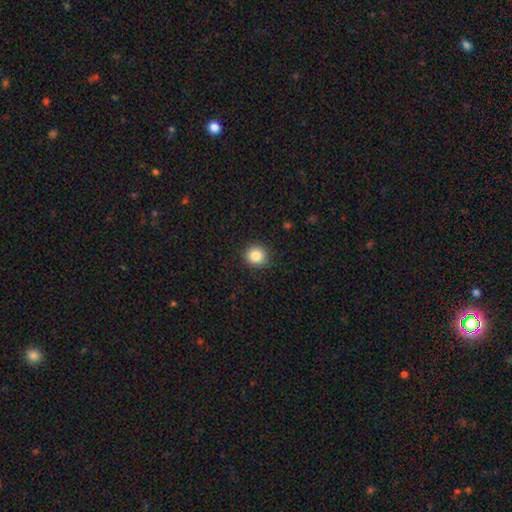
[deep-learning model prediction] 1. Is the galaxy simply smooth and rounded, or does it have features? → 85% smooth, 10% star or artifact, 5% featured or disk.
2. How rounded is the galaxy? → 91% round, 8% in between, 1% cigar-shaped.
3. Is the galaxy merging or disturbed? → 91% none, 6% minor disturbance, 2% major disturbance, 1% merger.